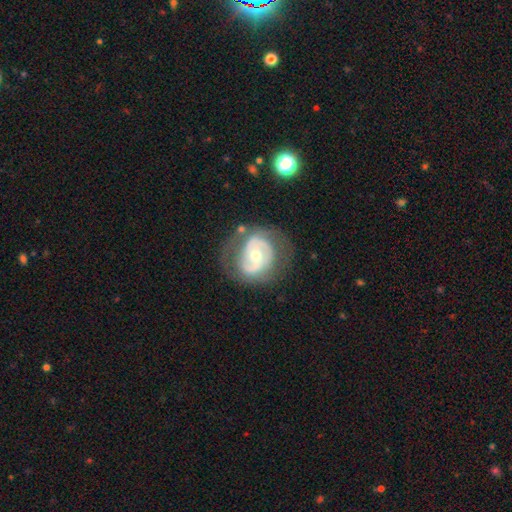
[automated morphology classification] This appears to be a featured or disk galaxy (73%) with no bar (59%), spiral arms (63%) and a moderate central bulge (62%). Merging: none (63%).